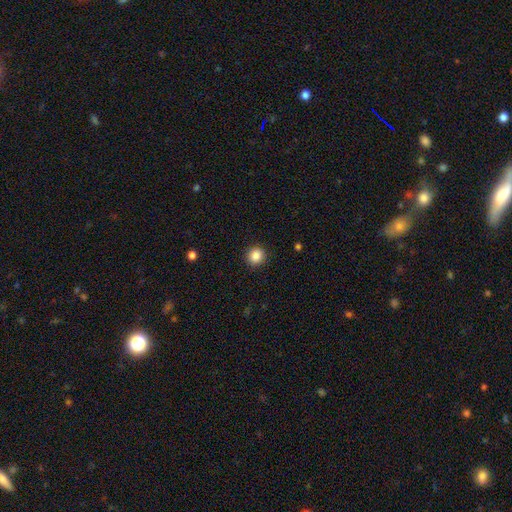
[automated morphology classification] This is clearly a smooth galaxy (87%). How rounded: clearly round (90%). Merging: clearly none (91%).